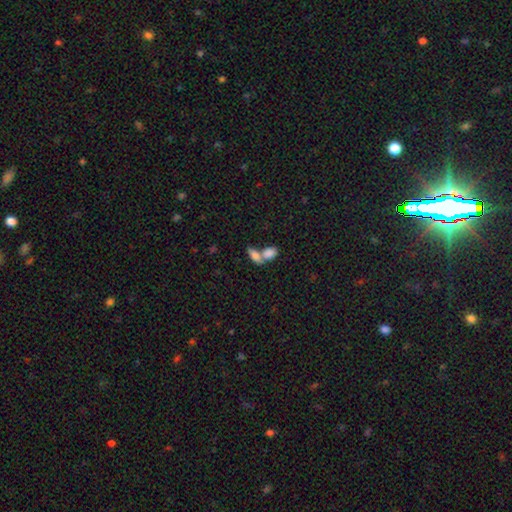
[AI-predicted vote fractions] Smooth or featured: smooth — 80% (featured or disk — 13%)
How rounded: in between — 85% (cigar-shaped — 9%)
Merging: merger — 61% (none — 29%)